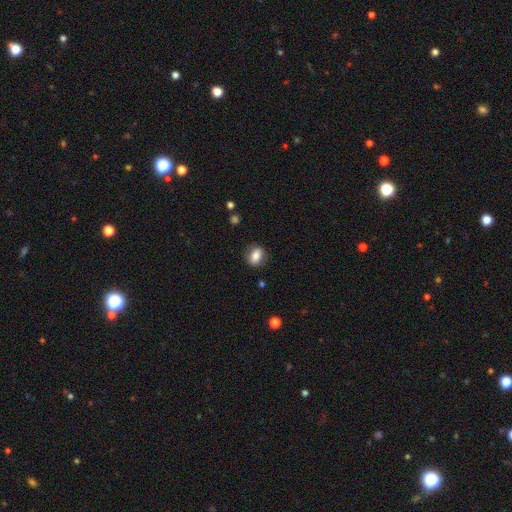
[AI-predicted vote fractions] This appears to be a smooth galaxy with no disk features (78%) that is in between round and cigar-shaped (61%). Merging: none (84%).